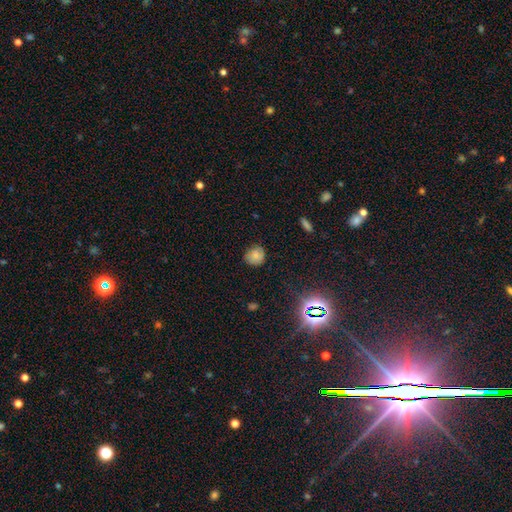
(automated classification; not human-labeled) The model was most divided on "merging": none: 78%, minor disturbance: 17%, major disturbance: 3%, merger: 1%. More confident: how rounded — round (83%); smooth or featured — smooth (77%).